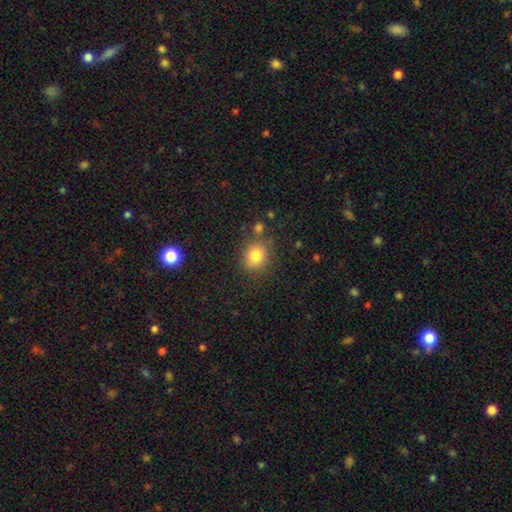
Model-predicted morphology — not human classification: A smooth galaxy with no disk features (81%) that is round (73%). Merging: none (77%).